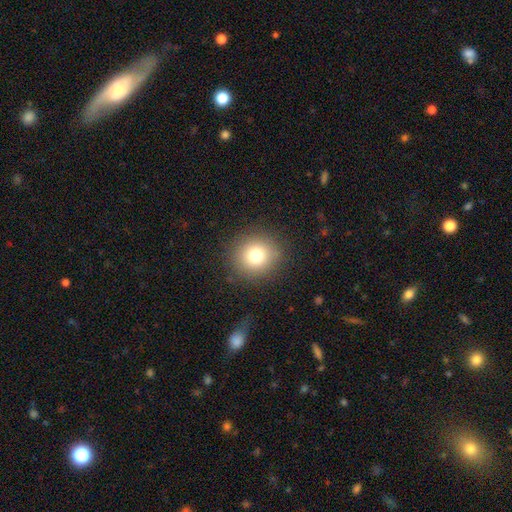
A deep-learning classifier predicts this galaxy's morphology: smooth 76%, star or artifact 13%, featured or disk 11%. Down the decision tree: how rounded — round (90%); merging — none (88%).